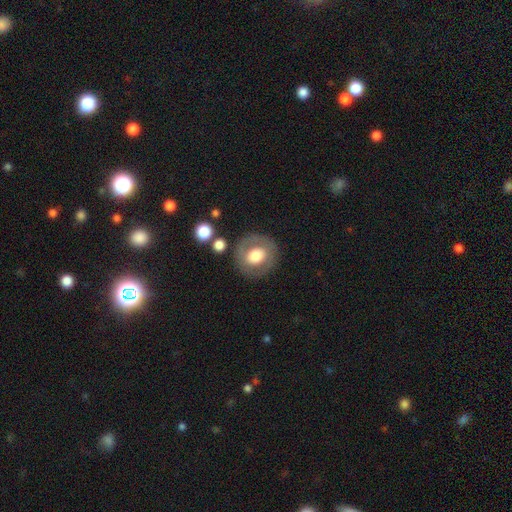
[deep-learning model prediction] Overall: smooth (51%; featured or disk 41%). How rounded: round (85%). Merging: none (80%).